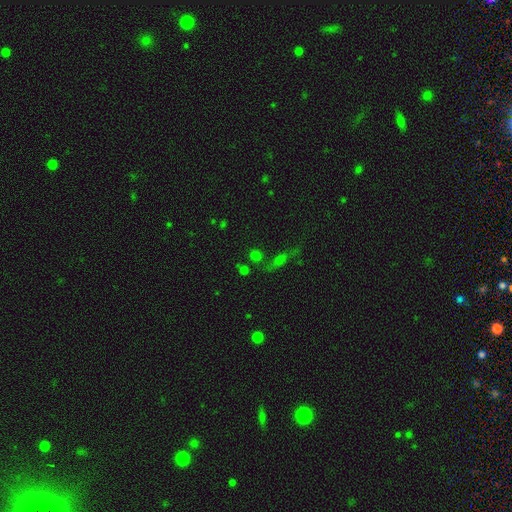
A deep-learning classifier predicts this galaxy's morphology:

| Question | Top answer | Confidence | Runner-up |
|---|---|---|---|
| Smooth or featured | smooth | 57% | star or artifact (33%) |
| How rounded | round | 78% | in between (18%) |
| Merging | none | 64% | merger (18%) |